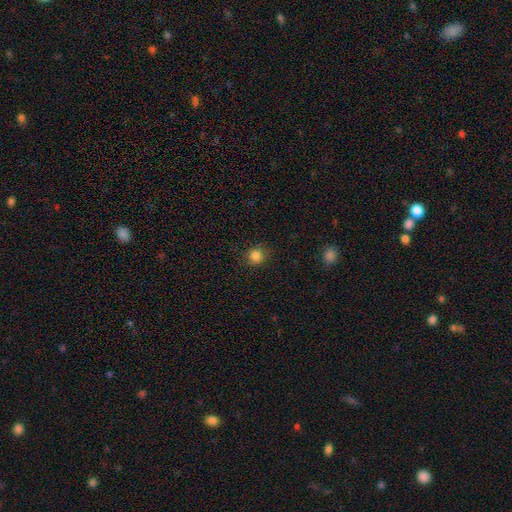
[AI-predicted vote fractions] Morphology: type=smooth (83%); roundness=round (87%); merging=none (87%).